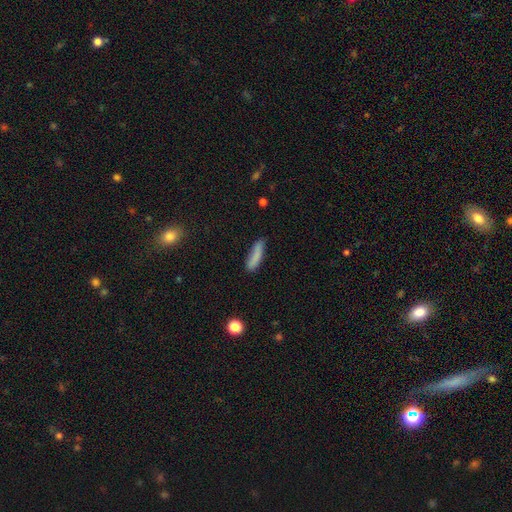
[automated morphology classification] Q: Smooth or featured?
A: smooth (81%); runner-up: featured or disk (11%)
Q: How rounded?
A: cigar-shaped (76%); runner-up: in between (22%)
Q: Merging?
A: none (71%); runner-up: minor disturbance (21%)